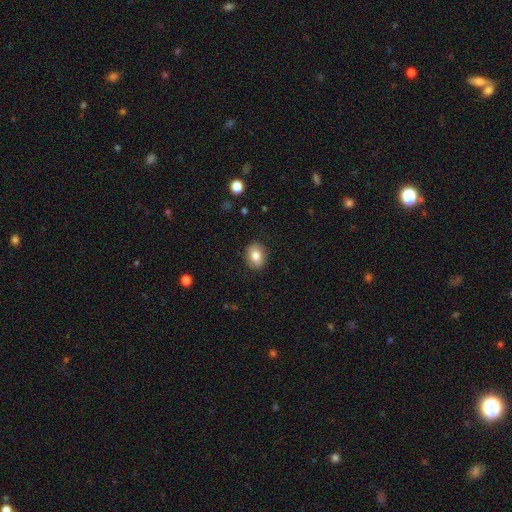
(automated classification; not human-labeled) A smooth galaxy with no disk features (82%) that is in between round and cigar-shaped (53%).

Vote fractions:
- Smooth or featured? smooth: 82% / featured or disk: 10% / star or artifact: 8%
- How rounded? in between: 53% / round: 46% / cigar-shaped: 1%
- Merging? none: 88% / minor disturbance: 8% / major disturbance: 2% / merger: 1%